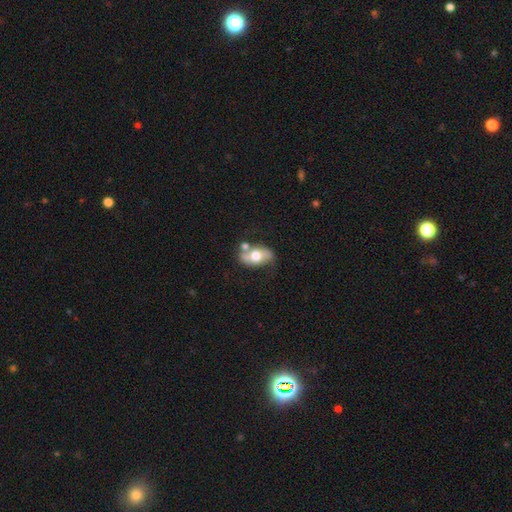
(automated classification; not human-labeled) A smooth galaxy with no disk features (49%). Merging: none (55%).